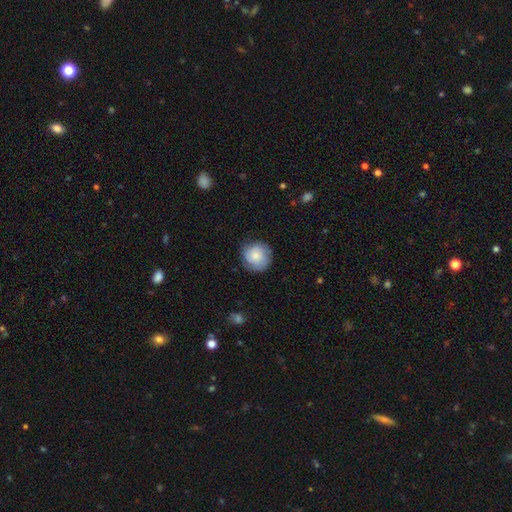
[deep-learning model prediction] This is likely a smooth galaxy (67%). How rounded: clearly round (90%). Merging: likely none (77%).